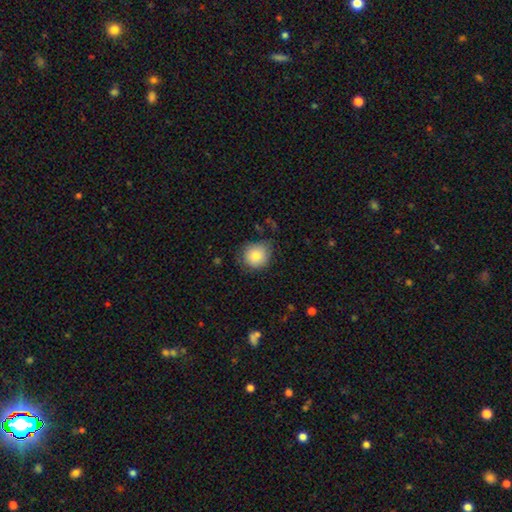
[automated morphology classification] Smooth or featured: smooth — 81% (featured or disk — 11%)
How rounded: round — 86% (in between — 13%)
Merging: none — 70% (minor disturbance — 23%)